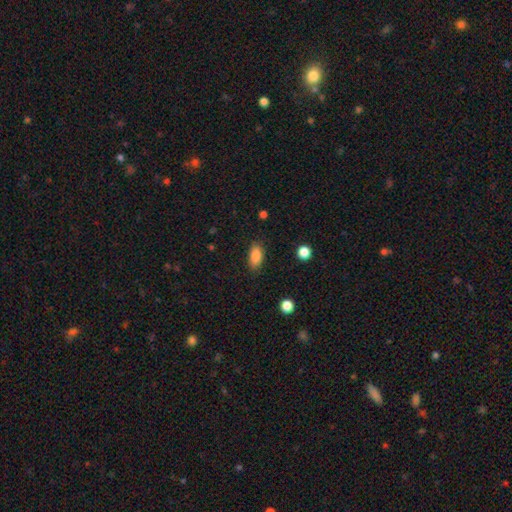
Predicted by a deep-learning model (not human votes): The model was most divided on "merging": none: 86%, minor disturbance: 10%, major disturbance: 3%, merger: 1%. More confident: how rounded — in between (89%); smooth or featured — smooth (86%).